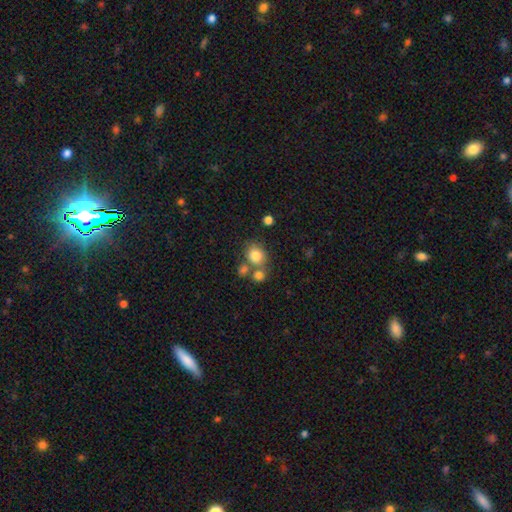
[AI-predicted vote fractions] smooth-or-featured: smooth: 79% | star or artifact: 11% | featured or disk: 10%
  how-rounded: round: 73% | in between: 26% | cigar-shaped: 1%
  merging: none: 57% | merger: 27% | minor disturbance: 11% | major disturbance: 5%